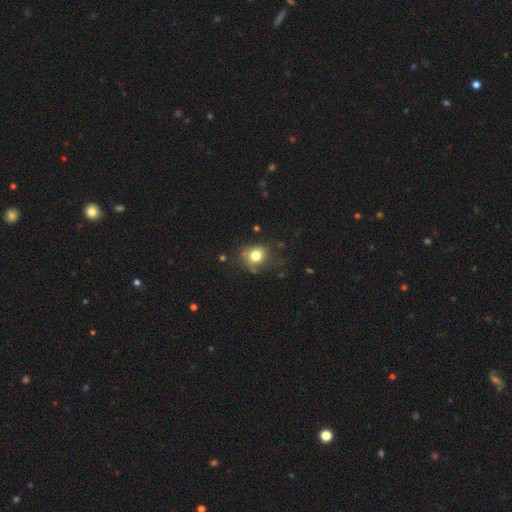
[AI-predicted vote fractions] Smooth or featured? Predicted: smooth (p=0.77). How rounded? Predicted: round (p=0.74). Merging? Predicted: none (p=0.63).